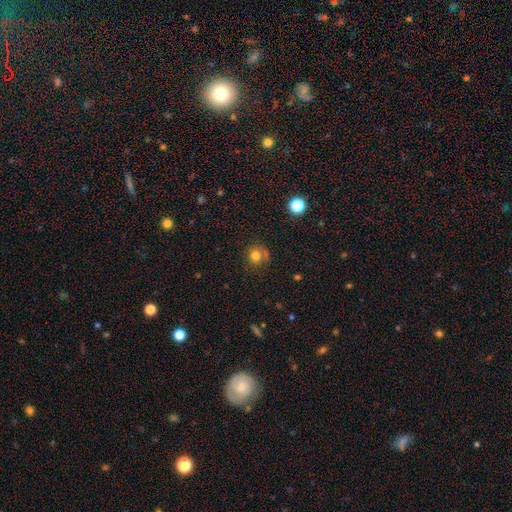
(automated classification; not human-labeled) The model was most divided on "merging": none: 66%, minor disturbance: 16%, merger: 11%, major disturbance: 6%. More confident: how rounded — round (88%); smooth or featured — smooth (78%).